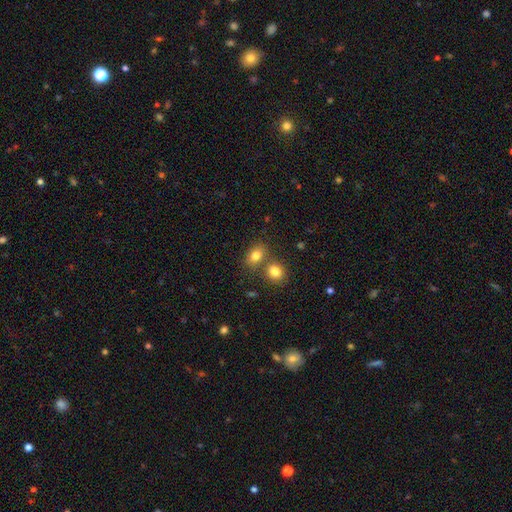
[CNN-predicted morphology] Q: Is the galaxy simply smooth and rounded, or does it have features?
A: smooth — 80%.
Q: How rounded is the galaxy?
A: in between — 70%.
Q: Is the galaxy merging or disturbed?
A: none — 57%.